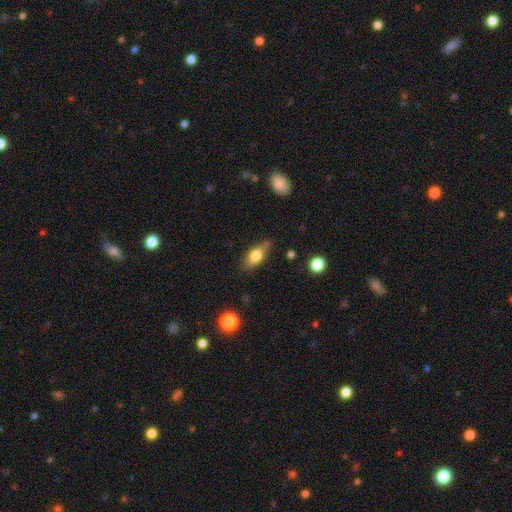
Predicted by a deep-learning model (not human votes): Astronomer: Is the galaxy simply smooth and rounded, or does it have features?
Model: smooth — 75%.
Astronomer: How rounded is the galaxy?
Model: in between — 80%.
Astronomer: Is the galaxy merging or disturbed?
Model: none — 70%.